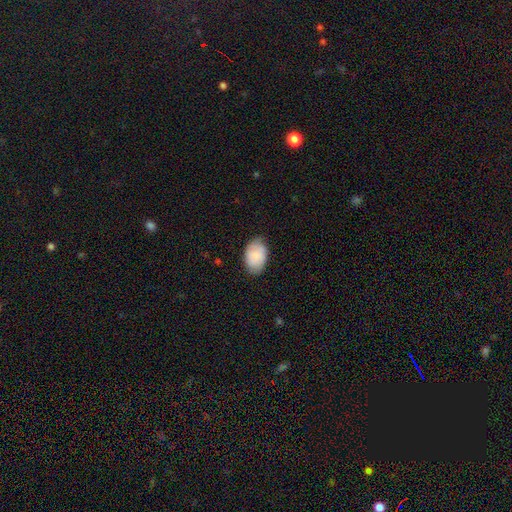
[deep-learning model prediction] smooth 83%, featured or disk 11%, star or artifact 6%. Down the decision tree: how rounded — in between (89%); merging — none (78%).